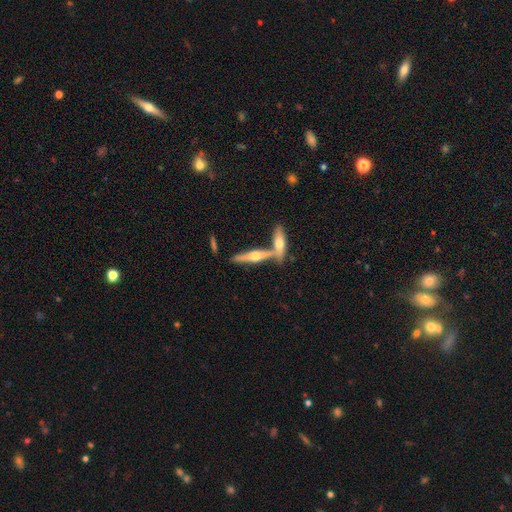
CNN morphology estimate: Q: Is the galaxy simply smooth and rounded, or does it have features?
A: featured or disk — 71%.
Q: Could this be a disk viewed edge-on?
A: yes — 96%.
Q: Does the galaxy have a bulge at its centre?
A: rounded — 95%.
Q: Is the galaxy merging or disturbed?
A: none — 59%.